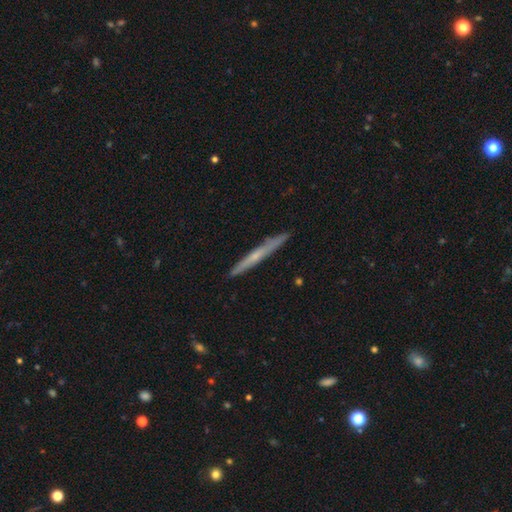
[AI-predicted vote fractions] Q: Smooth or featured?
A: featured or disk (52%); runner-up: smooth (42%)
Q: Edge-on disk?
A: yes (96%); runner-up: no (4%)
Q: Merging?
A: none (90%); runner-up: minor disturbance (7%)